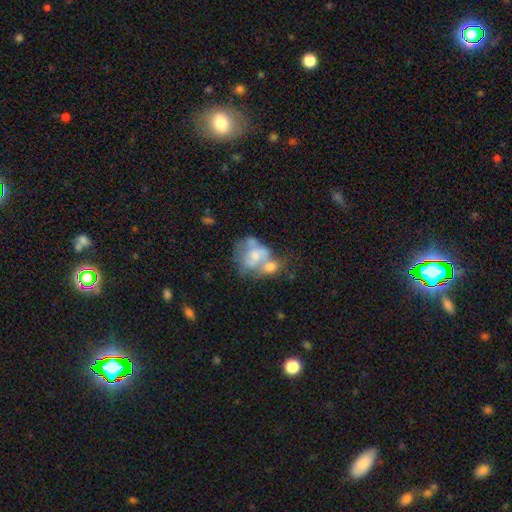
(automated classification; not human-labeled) A featured or disk galaxy (53%) with no bar (77%), no spiral arms (63%) and a small central bulge (37%). Merging: merger (56%).